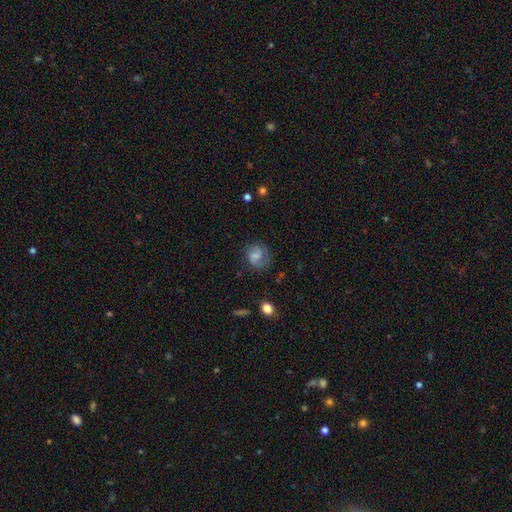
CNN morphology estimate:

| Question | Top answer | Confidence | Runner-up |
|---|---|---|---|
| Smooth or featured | smooth | 54% | featured or disk (36%) |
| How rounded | round | 68% | in between (31%) |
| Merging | none | 63% | minor disturbance (22%) |